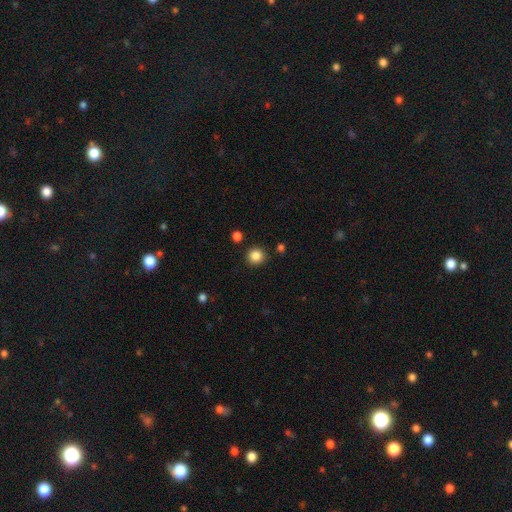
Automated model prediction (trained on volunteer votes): The model was most divided on "smooth or featured": smooth: 86%, star or artifact: 11%, featured or disk: 3%. More confident: how rounded — round (93%); merging — none (90%).